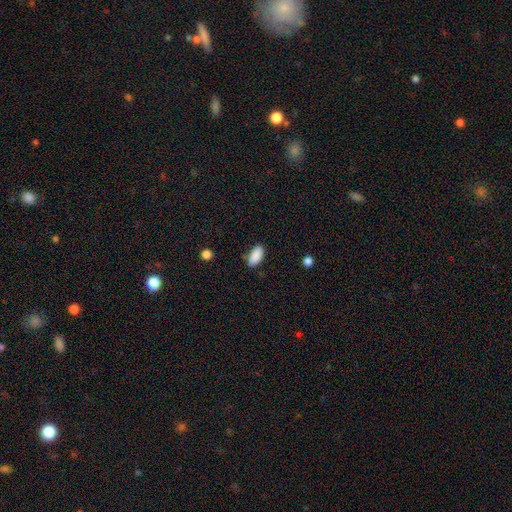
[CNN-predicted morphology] smooth_or_featured: smooth (p=0.90) [alt: star or artifact p=0.07]
how_rounded: in between (p=0.93) [alt: cigar-shaped p=0.05]
merging: none (p=0.83) [alt: minor disturbance p=0.13]